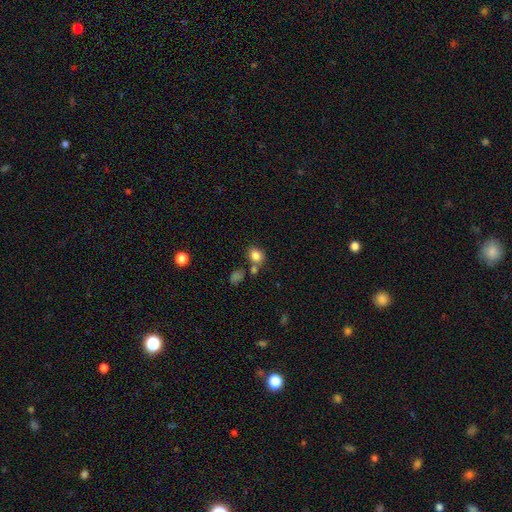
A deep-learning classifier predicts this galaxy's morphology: smooth-or-featured: smooth: 82% | star or artifact: 11% | featured or disk: 7%
  how-rounded: round: 56% | in between: 42% | cigar-shaped: 1%
  merging: none: 61% | merger: 21% | minor disturbance: 13% | major disturbance: 5%